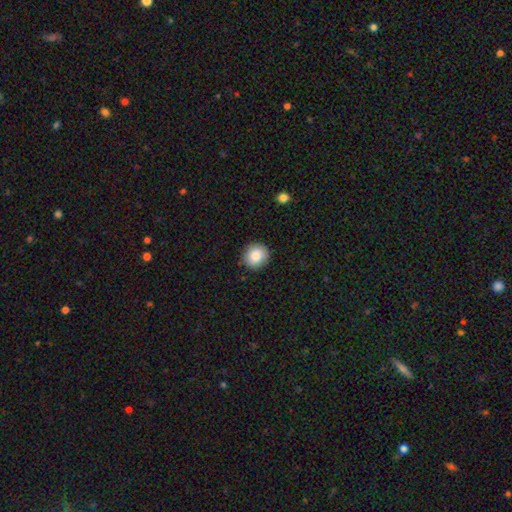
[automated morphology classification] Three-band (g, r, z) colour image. It shows a smooth galaxy with no disk features (85%) that is round (90%). Merging: none (89%).